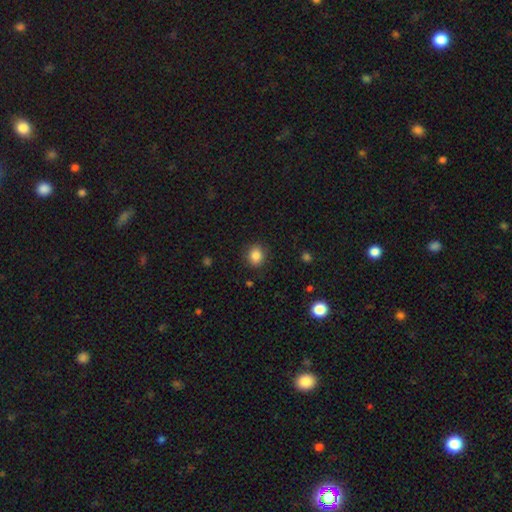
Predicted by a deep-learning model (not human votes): Smooth or featured? Predicted: smooth (p=0.86). How rounded? Predicted: round (p=0.71). Merging? Predicted: none (p=0.88).